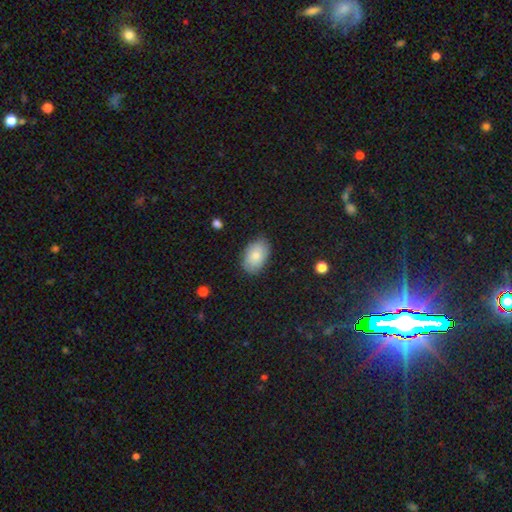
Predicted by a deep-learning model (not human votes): This appears to be a smooth galaxy with no disk features (75%) that is in between round and cigar-shaped (91%). Merging: none (81%).